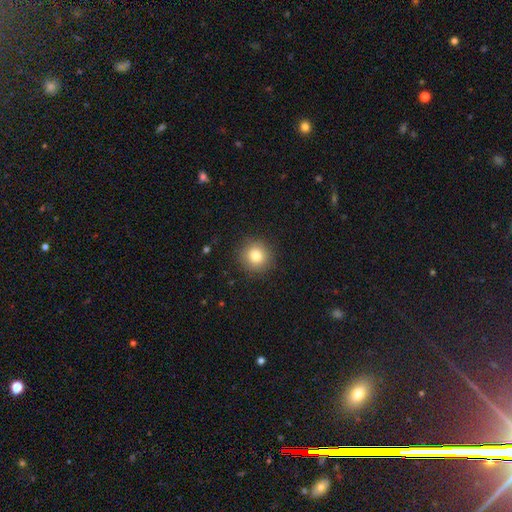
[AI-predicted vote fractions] This appears to be a smooth galaxy with no disk features (81%) that is round (93%). Merging: none (90%).